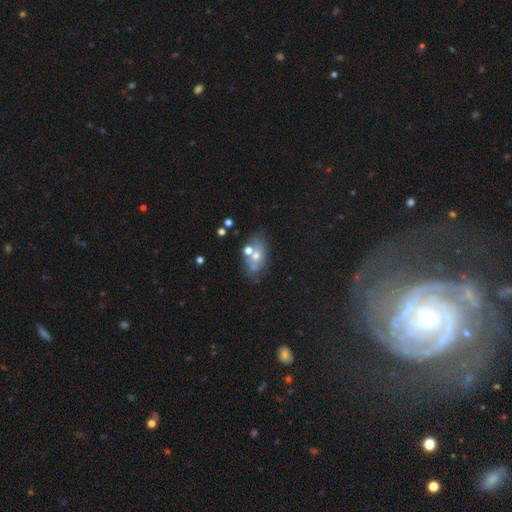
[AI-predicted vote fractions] smooth-or-featured: smooth: 47% | featured or disk: 40% | star or artifact: 13%
  merging: none: 51% | merger: 22% | minor disturbance: 18% | major disturbance: 9%